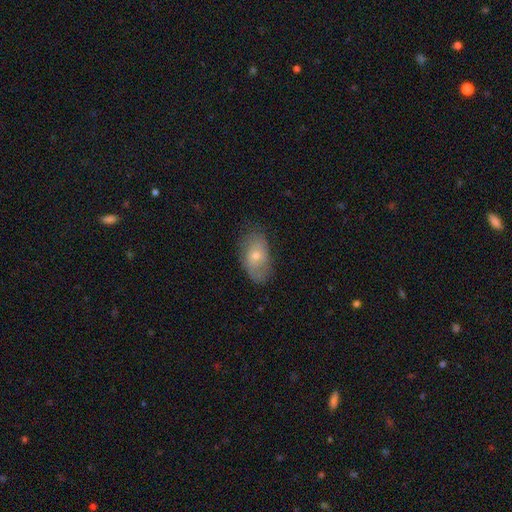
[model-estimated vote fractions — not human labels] Morphology: type=smooth (51%); roundness=in between (89%); merging=none (71%).